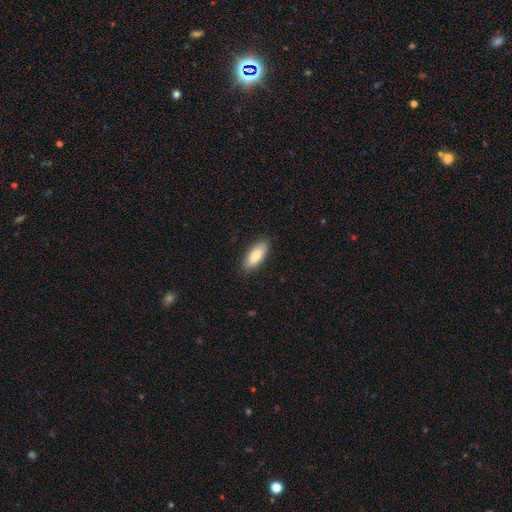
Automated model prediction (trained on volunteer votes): A smooth galaxy with no disk features (84%) that is in between round and cigar-shaped (84%). Merging: none (86%).